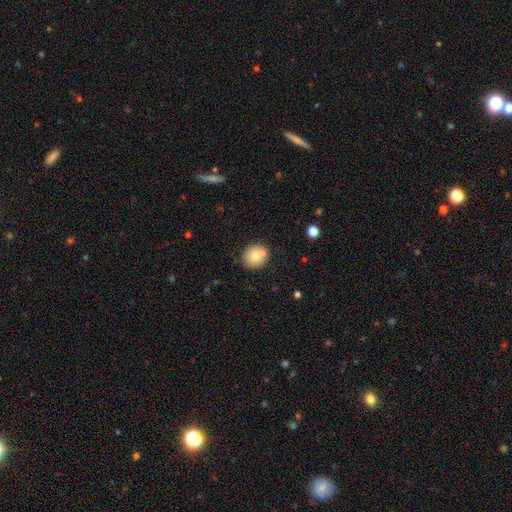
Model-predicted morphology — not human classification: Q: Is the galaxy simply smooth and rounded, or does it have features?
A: smooth — 73%.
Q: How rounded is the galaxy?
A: round — 89%.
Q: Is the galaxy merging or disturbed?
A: none — 70%.